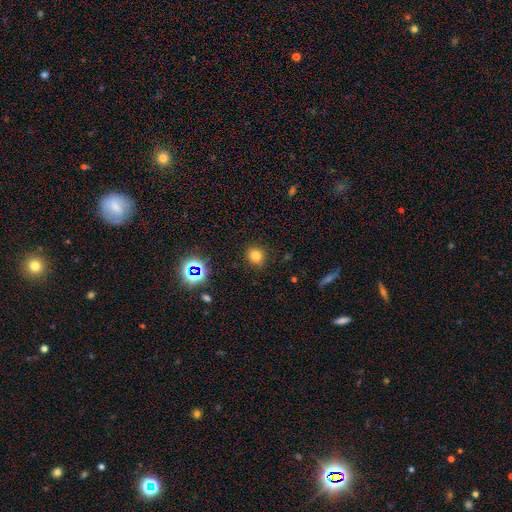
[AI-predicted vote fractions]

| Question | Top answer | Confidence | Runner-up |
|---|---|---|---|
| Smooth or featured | smooth | 76% | star or artifact (18%) |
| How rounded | round | 75% | in between (24%) |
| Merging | none | 85% | minor disturbance (10%) |